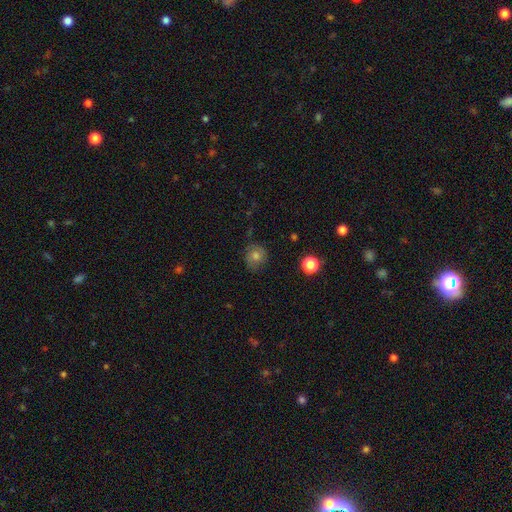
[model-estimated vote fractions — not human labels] Q: Smooth or featured?
A: smooth (61%); runner-up: featured or disk (23%)
Q: How rounded?
A: round (83%); runner-up: in between (16%)
Q: Merging?
A: none (75%); runner-up: minor disturbance (18%)